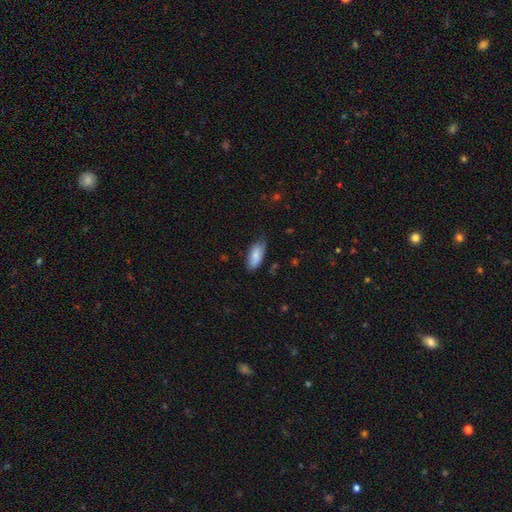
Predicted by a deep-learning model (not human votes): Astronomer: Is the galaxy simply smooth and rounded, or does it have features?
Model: smooth — 81%.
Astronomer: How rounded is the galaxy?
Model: in between — 85%.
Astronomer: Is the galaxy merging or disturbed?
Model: none — 69%.